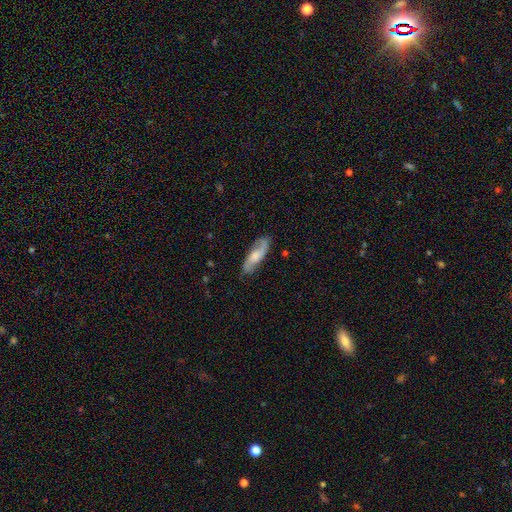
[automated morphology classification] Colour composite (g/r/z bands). It shows a featured or disk galaxy (62%) with no bar (56%), spiral arms (92%) and a moderate central bulge (39%). Merging: none (78%).